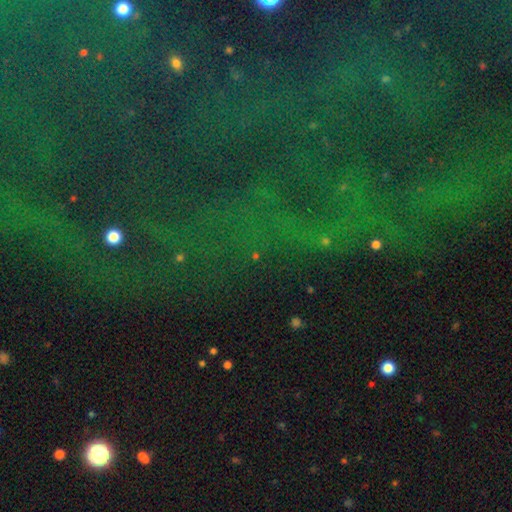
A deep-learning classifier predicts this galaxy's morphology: This is likely a star or artifact rather than a galaxy (75%).